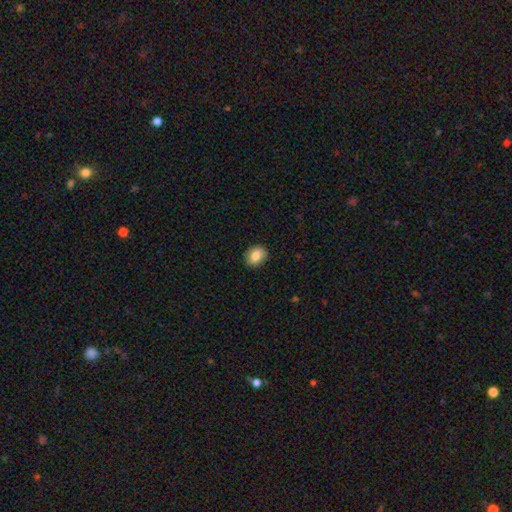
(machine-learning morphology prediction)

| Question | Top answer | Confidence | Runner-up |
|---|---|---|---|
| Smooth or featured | smooth | 84% | star or artifact (8%) |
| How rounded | in between | 52% | round (47%) |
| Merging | none | 87% | minor disturbance (10%) |